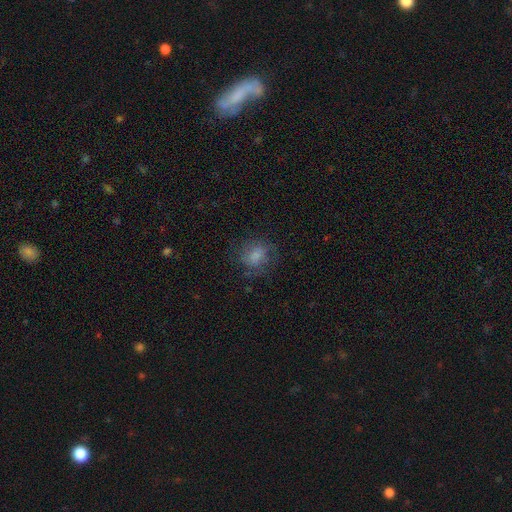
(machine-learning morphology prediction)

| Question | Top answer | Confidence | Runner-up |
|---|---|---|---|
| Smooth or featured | smooth | 67% | featured or disk (22%) |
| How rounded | round | 60% | in between (38%) |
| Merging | none | 63% | minor disturbance (20%) |